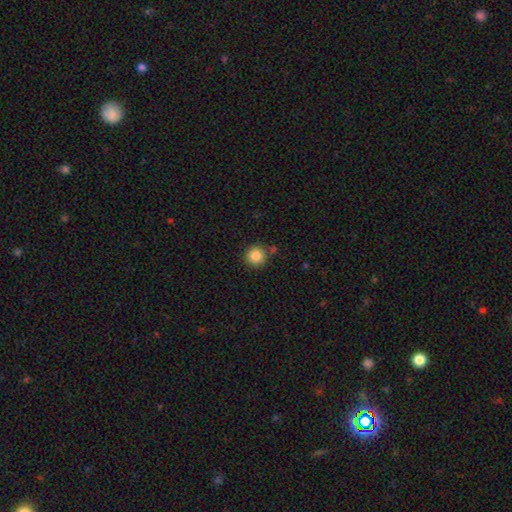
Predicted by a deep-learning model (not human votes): Smooth or featured? smooth (86%)
How rounded? round (95%)
Merging? none (83%)